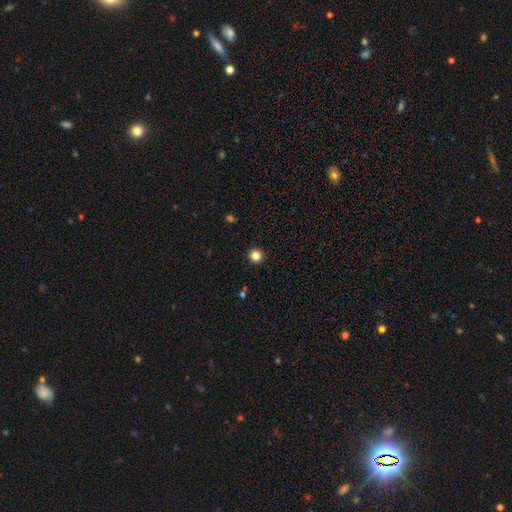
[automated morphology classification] Q: Smooth or featured?
A: smooth (84%); runner-up: star or artifact (12%)
Q: How rounded?
A: round (96%); runner-up: in between (3%)
Q: Merging?
A: none (93%); runner-up: minor disturbance (4%)